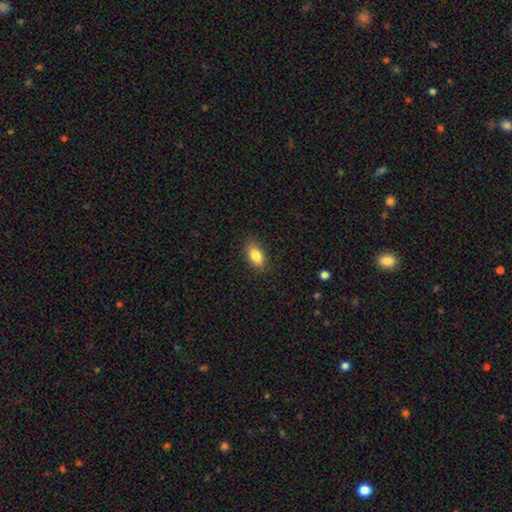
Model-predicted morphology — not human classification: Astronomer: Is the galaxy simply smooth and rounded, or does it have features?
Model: smooth — 84%.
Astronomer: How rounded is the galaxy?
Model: in between — 88%.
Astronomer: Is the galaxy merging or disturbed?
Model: none — 84%.